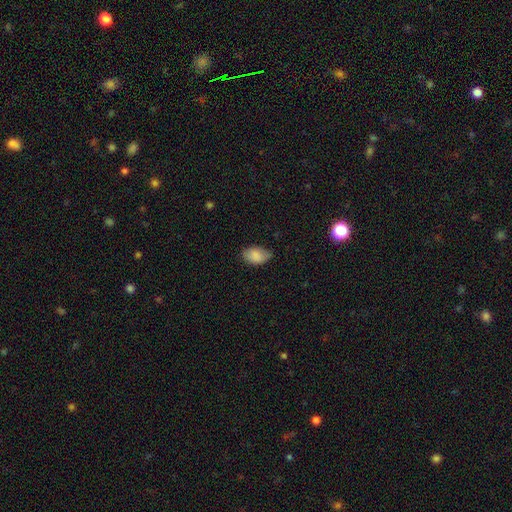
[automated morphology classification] A smooth galaxy with no disk features (87%) that is in between round and cigar-shaped (90%).

Vote fractions:
- Smooth or featured? smooth: 87% / star or artifact: 7% / featured or disk: 6%
- How rounded? in between: 90% / round: 9% / cigar-shaped: 1%
- Merging? none: 67% / minor disturbance: 28% / major disturbance: 5% / merger: 1%